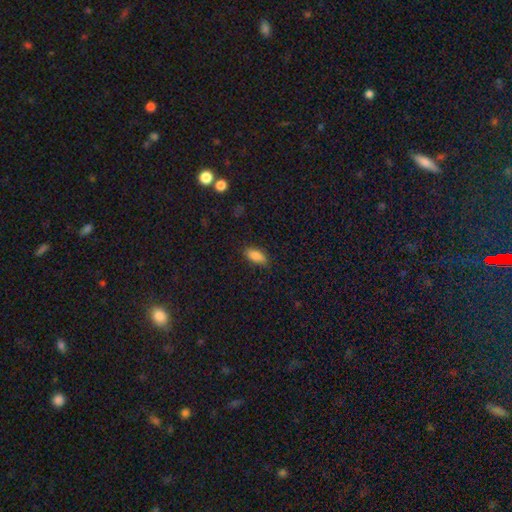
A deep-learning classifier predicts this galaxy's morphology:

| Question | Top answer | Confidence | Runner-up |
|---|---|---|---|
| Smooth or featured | smooth | 85% | star or artifact (8%) |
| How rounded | in between | 87% | cigar-shaped (11%) |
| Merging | none | 83% | minor disturbance (13%) |